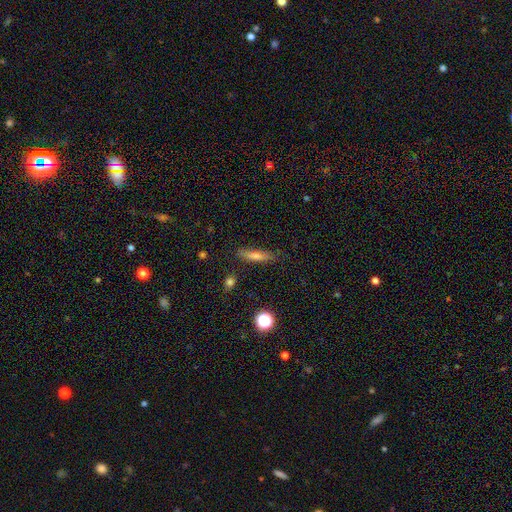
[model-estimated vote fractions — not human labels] Q: Smooth or featured?
A: smooth (60%); runner-up: featured or disk (29%)
Q: How rounded?
A: cigar-shaped (79%); runner-up: in between (18%)
Q: Merging?
A: none (81%); runner-up: minor disturbance (14%)